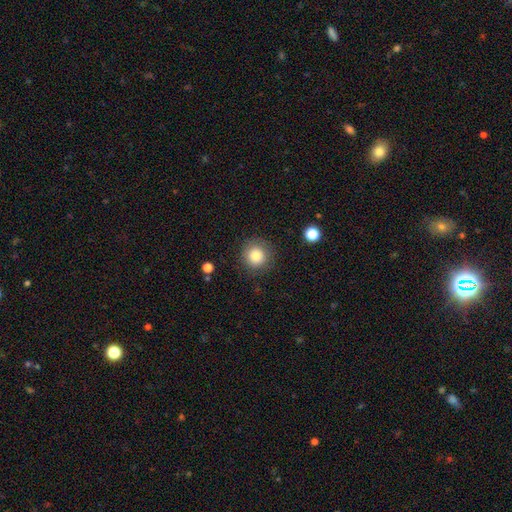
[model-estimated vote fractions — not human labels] smooth_or_featured: smooth (p=0.82) [alt: star or artifact p=0.11]
how_rounded: round (p=0.93) [alt: in between p=0.06]
merging: none (p=0.86) [alt: minor disturbance p=0.09]